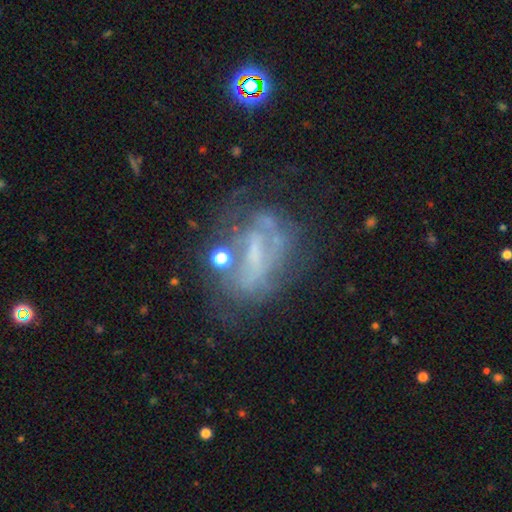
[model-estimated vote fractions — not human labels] Smooth or featured? Predicted: featured or disk (p=0.67). Edge-on disk? Predicted: no (p=0.93). Bar? Predicted: no (p=0.38). Spiral arms? Predicted: no (p=0.54). Bulge size? Predicted: none (p=0.46). Merging? Predicted: none (p=0.42).